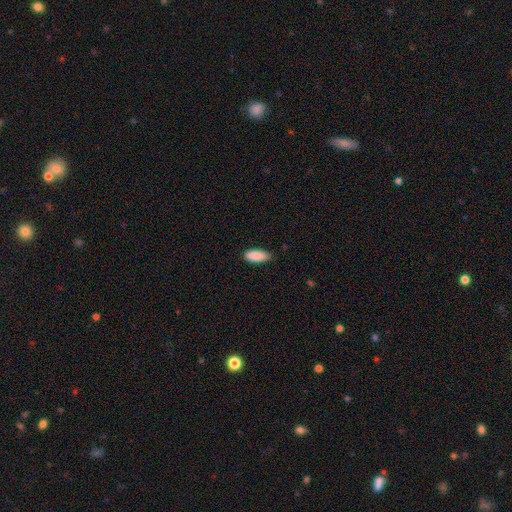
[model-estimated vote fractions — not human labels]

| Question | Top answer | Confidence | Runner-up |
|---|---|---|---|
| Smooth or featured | smooth | 89% | star or artifact (6%) |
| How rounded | in between | 81% | cigar-shaped (17%) |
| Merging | none | 75% | minor disturbance (21%) |